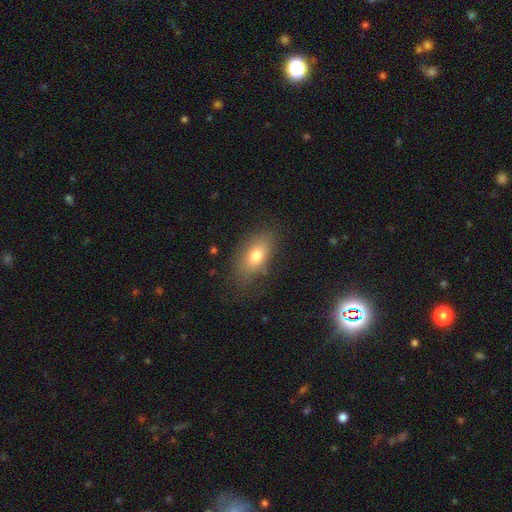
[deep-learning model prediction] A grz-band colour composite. It shows a smooth galaxy with no disk features (75%) that is in between round and cigar-shaped (85%). Merging: none (75%).